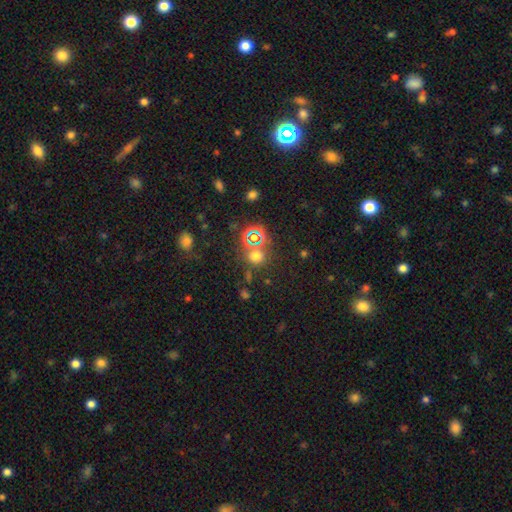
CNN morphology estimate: Smooth or featured?
  - smooth: 54% *
  - star or artifact: 39%
  - featured or disk: 7%
How rounded?
  - round: 84% *
  - in between: 14%
  - cigar-shaped: 1%
Merging?
  - none: 73% *
  - merger: 12%
  - minor disturbance: 10%
  - major disturbance: 5%